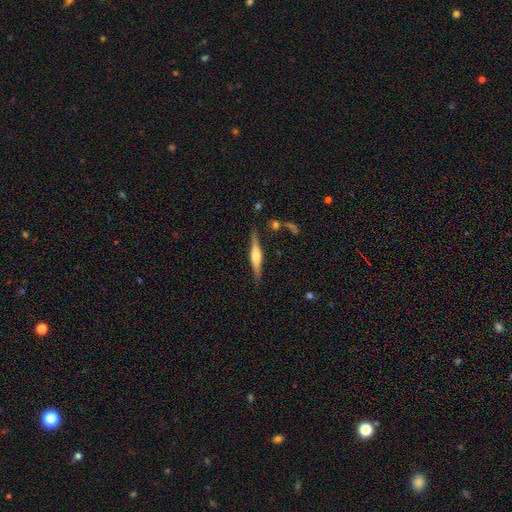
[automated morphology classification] The model was most divided on "smooth or featured": featured or disk: 67%, smooth: 27%, star or artifact: 6%. More confident: edge-on disk — yes (97%); merging — none (84%); edge-on bulge — rounded (81%).